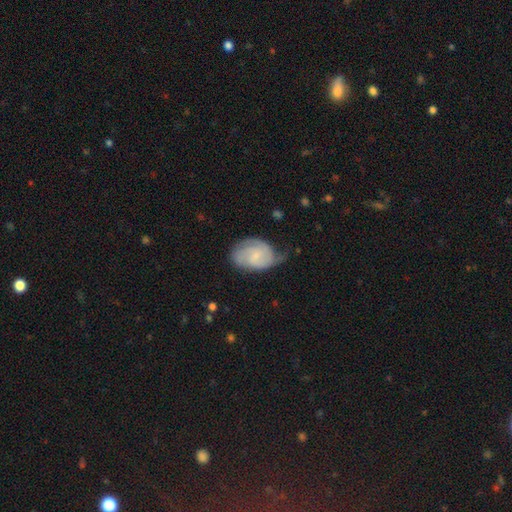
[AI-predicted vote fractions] smooth_or_featured: featured or disk (p=0.63) [alt: smooth p=0.30]
disk_edge_on: no (p=0.97) [alt: yes p=0.03]
bar: no (p=0.58) [alt: weak p=0.37]
has_spiral_arms: yes (p=0.91) [alt: no p=0.09]
spiral_winding: tight (p=0.43) [alt: medium p=0.42]
spiral_arm_count: 2 (p=0.45) [alt: can't tell p=0.24]
bulge_size: small (p=0.62) [alt: none p=0.19]
merging: none (p=0.46) [alt: minor disturbance p=0.37]